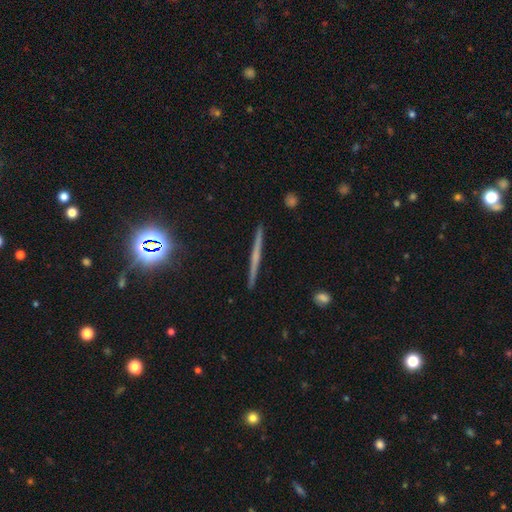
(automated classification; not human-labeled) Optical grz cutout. It shows a featured or disk galaxy (56%) viewed edge-on (98%) with no central bulge (67%). Merging: none (92%).